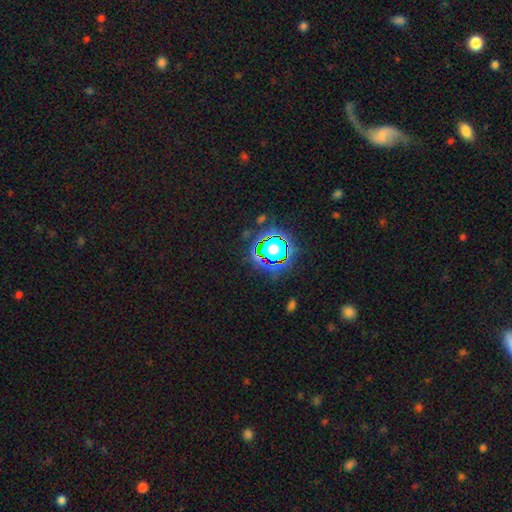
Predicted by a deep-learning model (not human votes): star or artifact 73%, smooth 15%, featured or disk 12%.